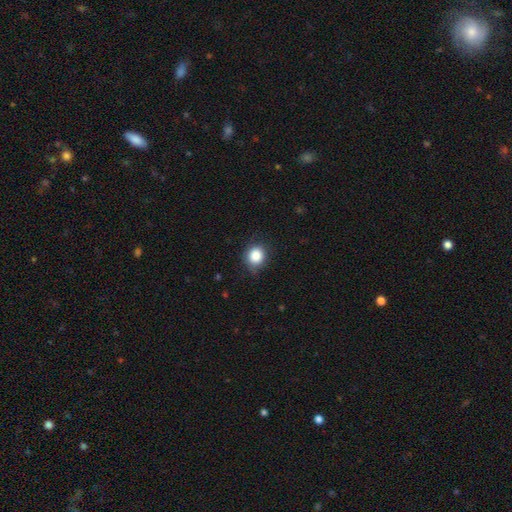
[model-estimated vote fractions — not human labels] Overall: smooth (86%). How rounded: round (77%). Merging: none (80%).